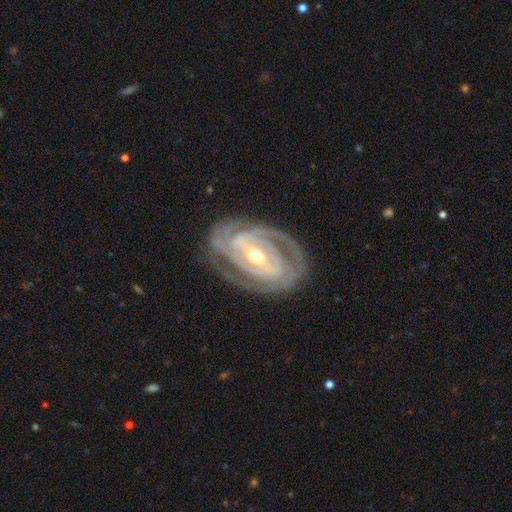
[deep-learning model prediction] Smooth or featured? Predicted: featured or disk (p=0.91). Edge-on disk? Predicted: no (p=0.96). Bar? Predicted: strong (p=0.49). Spiral arms? Predicted: yes (p=0.97). Spiral winding? Predicted: tight (p=0.72). Spiral arm count? Predicted: 2 (p=0.40). Bulge size? Predicted: moderate (p=0.54). Merging? Predicted: none (p=0.77).